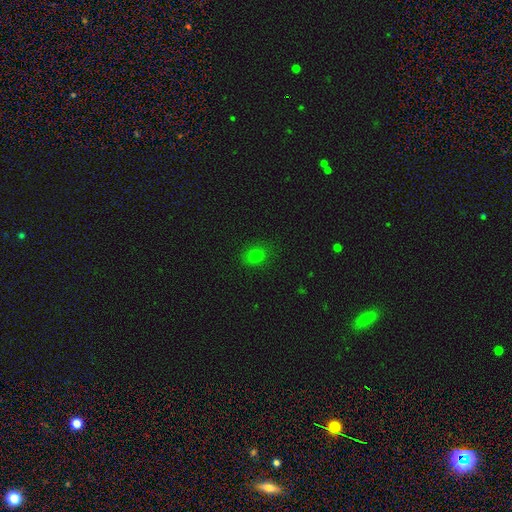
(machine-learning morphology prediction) Smooth or featured? Predicted: smooth (p=0.76). How rounded? Predicted: round (p=0.64). Merging? Predicted: none (p=0.86).